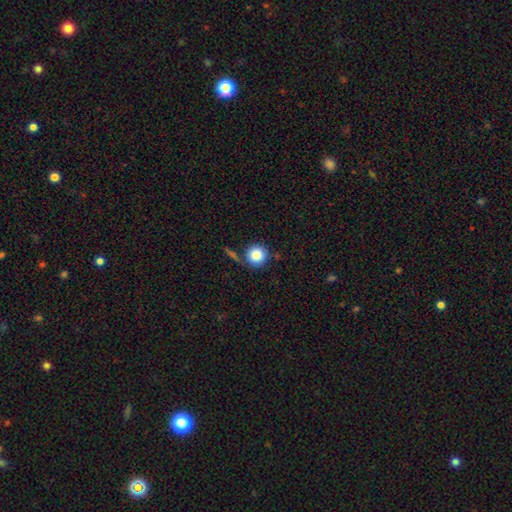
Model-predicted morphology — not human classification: This is clearly a smooth galaxy (85%). How rounded: clearly round (94%). Merging: likely none (75%).